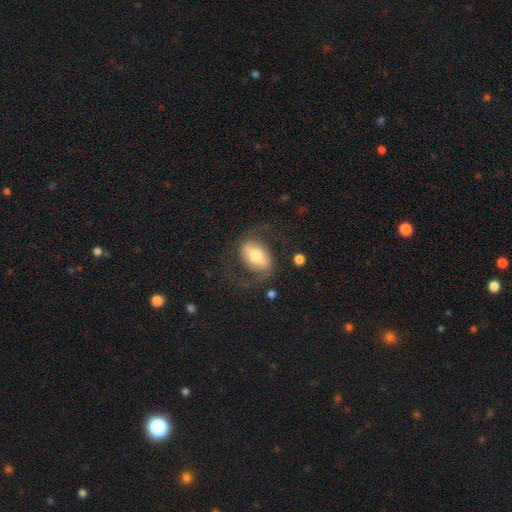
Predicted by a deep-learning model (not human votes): Q: Smooth or featured?
A: featured or disk (64%); runner-up: smooth (29%)
Q: Edge-on disk?
A: no (95%); runner-up: yes (5%)
Q: Bar?
A: strong (45%); runner-up: weak (33%)
Q: Spiral arms?
A: yes (80%); runner-up: no (20%)
Q: Bulge size?
A: moderate (65%); runner-up: large (18%)
Q: Merging?
A: none (67%); runner-up: major disturbance (17%)